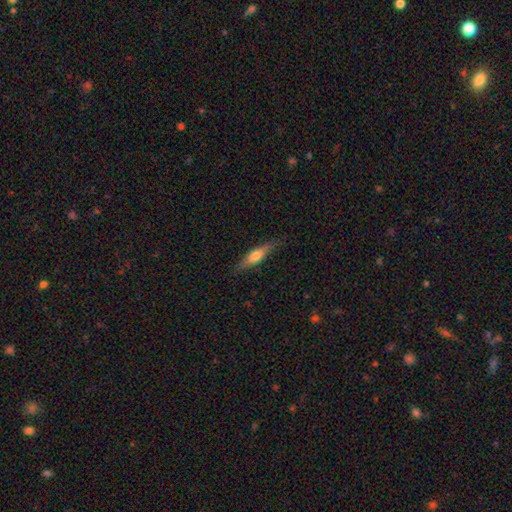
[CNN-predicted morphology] This appears to be a smooth galaxy with no disk features (50%). Merging: none (82%).